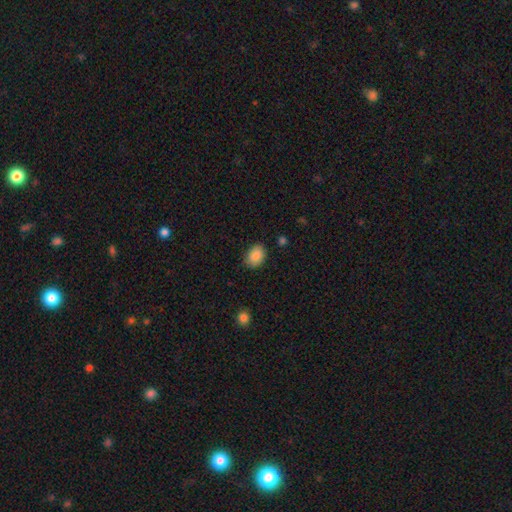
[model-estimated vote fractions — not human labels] Smooth or featured: smooth — 87% (star or artifact — 7%)
How rounded: in between — 77% (round — 22%)
Merging: none — 81% (minor disturbance — 15%)